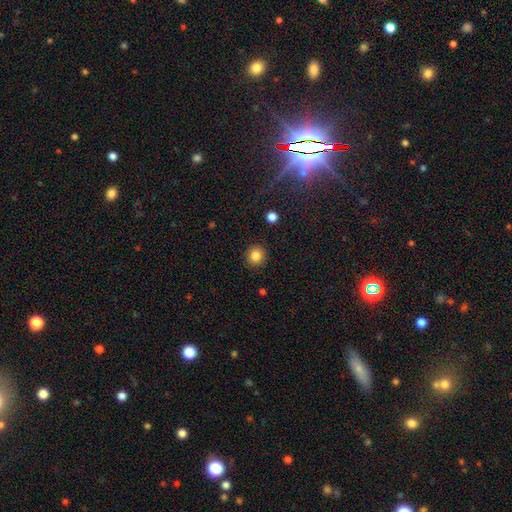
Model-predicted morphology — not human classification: Smooth or featured: smooth — 84% (star or artifact — 10%)
How rounded: round — 90% (in between — 9%)
Merging: none — 91% (minor disturbance — 6%)